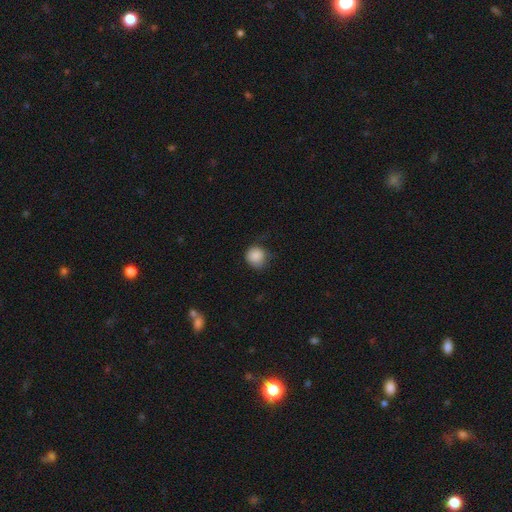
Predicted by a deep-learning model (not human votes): Smooth or featured? smooth (87%)
How rounded? round (89%)
Merging? none (65%)